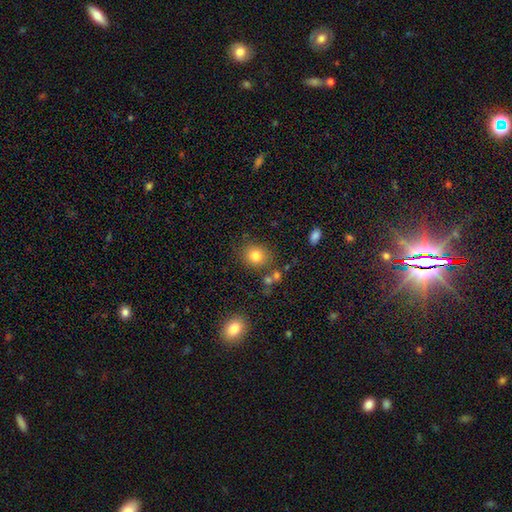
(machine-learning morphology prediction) Smooth or featured? smooth (80%)
How rounded? round (75%)
Merging? none (77%)